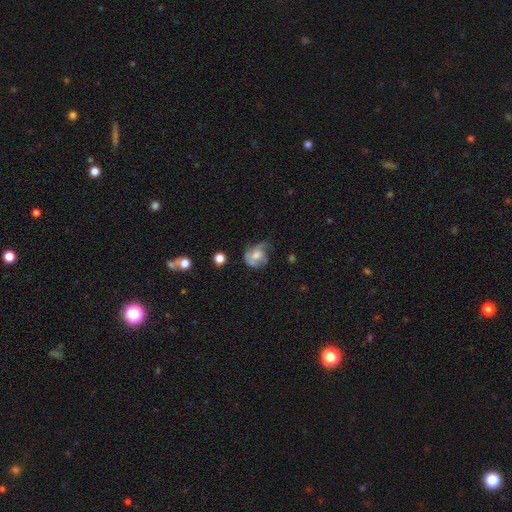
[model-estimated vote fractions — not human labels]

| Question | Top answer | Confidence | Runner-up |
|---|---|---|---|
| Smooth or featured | featured or disk | 51% | smooth (40%) |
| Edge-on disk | no | 97% | yes (3%) |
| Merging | none | 35% | major disturbance (32%) |